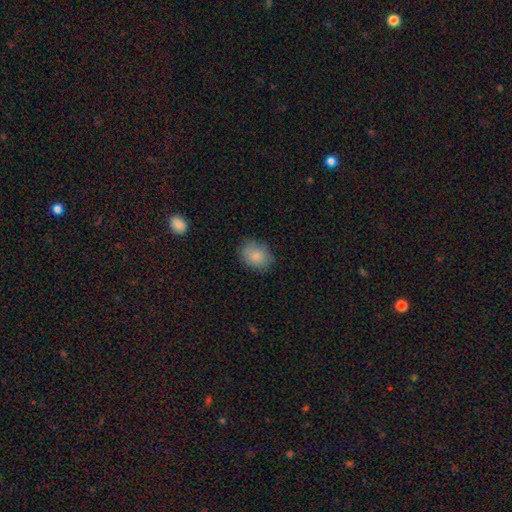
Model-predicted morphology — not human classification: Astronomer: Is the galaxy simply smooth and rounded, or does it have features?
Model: smooth — 84%.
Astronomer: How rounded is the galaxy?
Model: in between — 55% (runner-up: round, 44%).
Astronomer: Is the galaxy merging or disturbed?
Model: none — 80%.